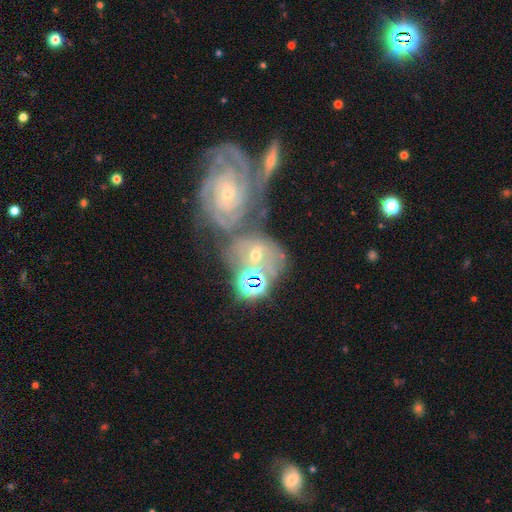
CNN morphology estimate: smooth-or-featured: featured or disk: 67% | smooth: 17% | star or artifact: 16%
  disk-edge-on: no: 96% | yes: 4%
    bar: no: 65% | weak: 24% | strong: 11%
    has-spiral-arms: yes: 86% | no: 14%
      spiral-winding: tight: 71% | medium: 23% | loose: 6%
      spiral-arm-count: can't tell: 40% | 3: 23% | 2: 14% | 4: 11% | more than 4: 7% | 1: 5%
    bulge-size: small: 57% | moderate: 35% | large: 4% | none: 3% | dominant: 2%
  merging: merger: 58% | none: 24% | minor disturbance: 9% | major disturbance: 8%